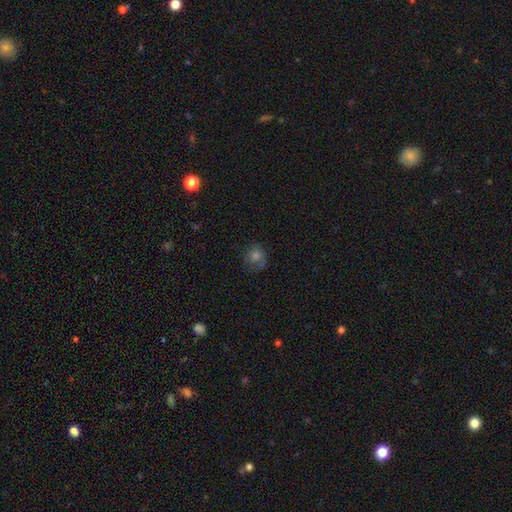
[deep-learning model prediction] Smooth or featured: smooth — 67% (star or artifact — 18%)
How rounded: round — 83% (in between — 16%)
Merging: none — 66% (minor disturbance — 21%)